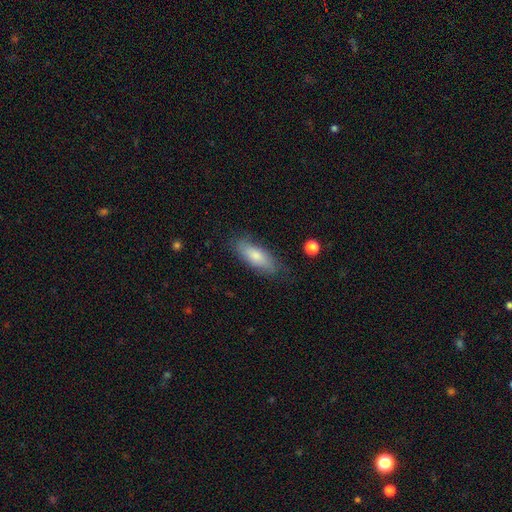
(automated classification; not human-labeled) Smooth or featured? Predicted: smooth (p=0.73). How rounded? Predicted: in between (p=0.71). Merging? Predicted: none (p=0.74).